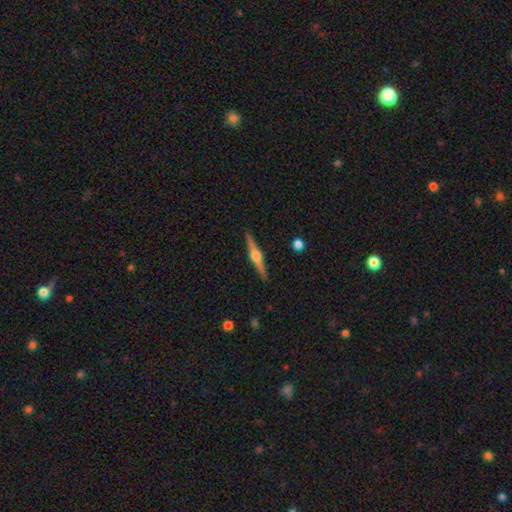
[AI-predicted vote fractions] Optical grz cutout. It shows a featured or disk galaxy (82%) viewed edge-on (98%) with a rounded central bulge (92%). Merging: none (91%).